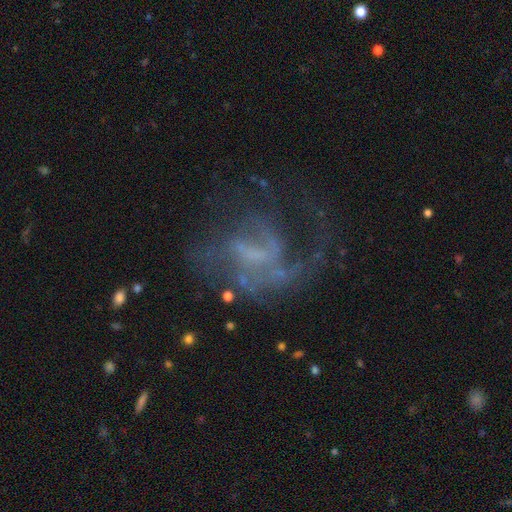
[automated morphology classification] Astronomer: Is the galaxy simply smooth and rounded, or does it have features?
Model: featured or disk — 74%.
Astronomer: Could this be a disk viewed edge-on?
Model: no — 97%.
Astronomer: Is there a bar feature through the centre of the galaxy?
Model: no — 45% (runner-up: weak, 41%).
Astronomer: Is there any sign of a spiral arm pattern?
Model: yes — 75%.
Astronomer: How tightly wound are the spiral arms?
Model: loose — 45% (runner-up: medium, 37%).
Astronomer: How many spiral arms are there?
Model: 1 — 42% (runner-up: can't tell, 23%).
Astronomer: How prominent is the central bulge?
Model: none — 53%.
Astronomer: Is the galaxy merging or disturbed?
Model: major disturbance — 43% (runner-up: none, 39%).